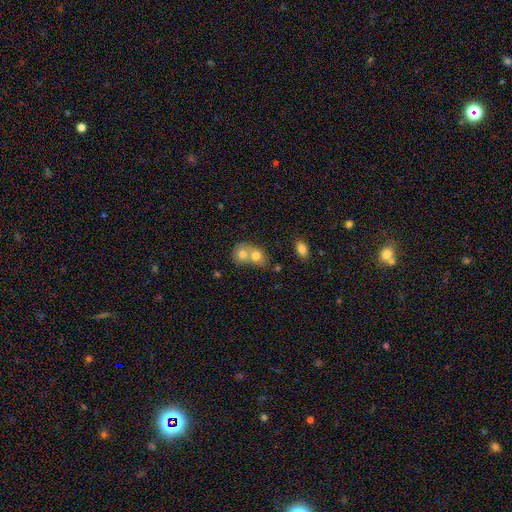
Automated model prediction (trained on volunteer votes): This is likely a smooth galaxy (73%). How rounded: likely round (63%). Merging: likely merger (69%).